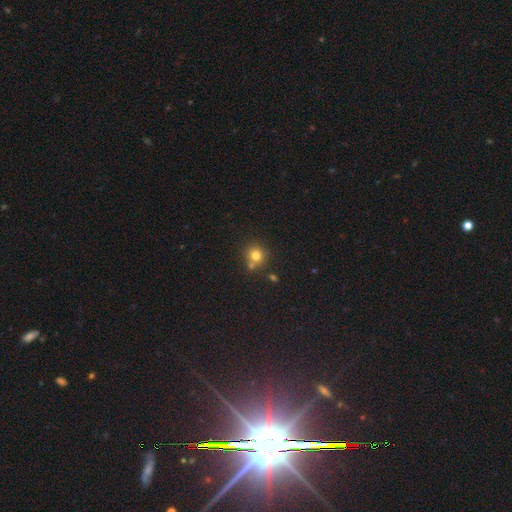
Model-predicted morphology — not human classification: Smooth or featured: smooth — 77% (star or artifact — 14%)
How rounded: round — 89% (in between — 10%)
Merging: none — 66% (merger — 21%)